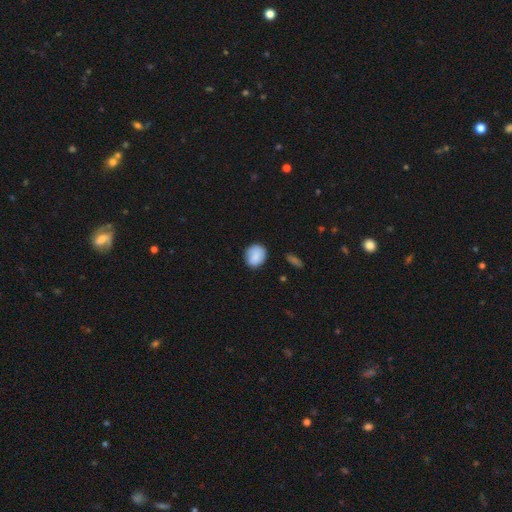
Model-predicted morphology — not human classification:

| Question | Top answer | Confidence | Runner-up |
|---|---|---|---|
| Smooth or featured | smooth | 84% | featured or disk (9%) |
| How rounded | round | 72% | in between (27%) |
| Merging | none | 77% | minor disturbance (18%) |